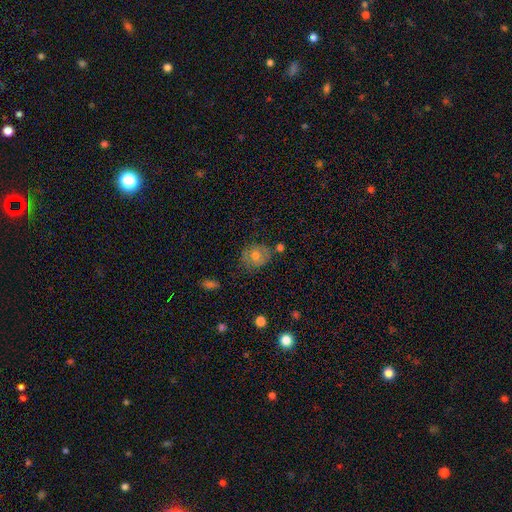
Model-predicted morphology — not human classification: This is likely a smooth galaxy (62%). How rounded: likely round (69%). Merging: likely none (68%).